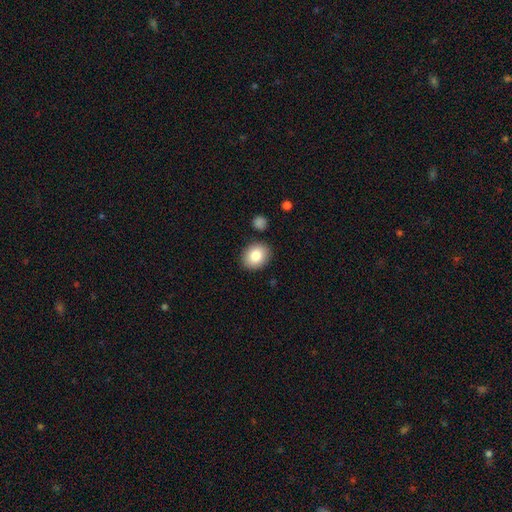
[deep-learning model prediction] The model was most divided on "how rounded": round: 51%, in between: 49%, cigar-shaped: 1%. More confident: merging — none (87%); smooth or featured — smooth (84%).